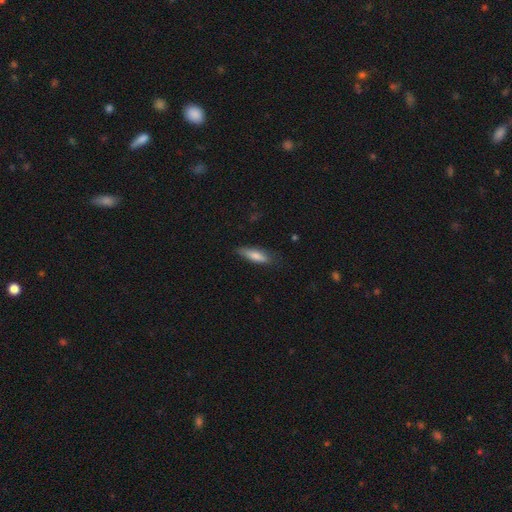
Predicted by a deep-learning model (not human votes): Smooth or featured?
  - smooth: 76% *
  - featured or disk: 18%
  - star or artifact: 6%
How rounded?
  - cigar-shaped: 62% *
  - in between: 36%
  - round: 2%
Merging?
  - none: 77% *
  - minor disturbance: 18%
  - major disturbance: 4%
  - merger: 1%